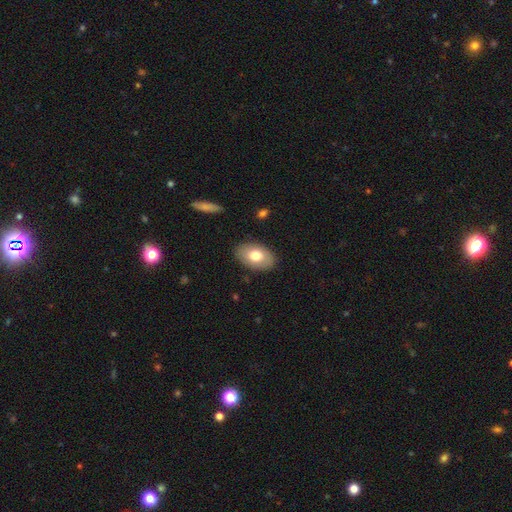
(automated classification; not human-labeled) The model was most divided on "smooth or featured": smooth: 74%, featured or disk: 19%, star or artifact: 6%. More confident: how rounded — in between (90%); merging — none (87%).